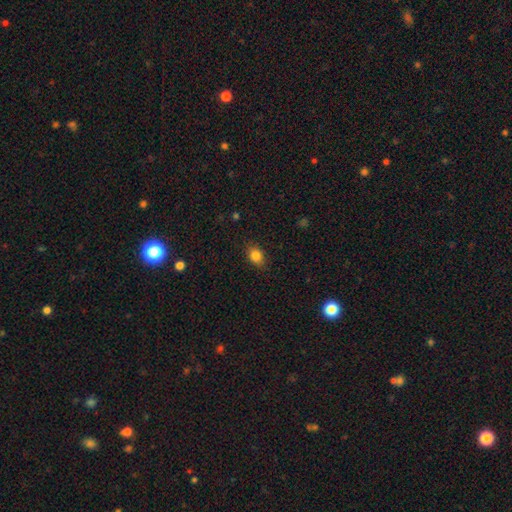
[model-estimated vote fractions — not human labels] This appears to be a smooth galaxy with no disk features (84%) that is in between round and cigar-shaped (63%). Merging: none (85%).